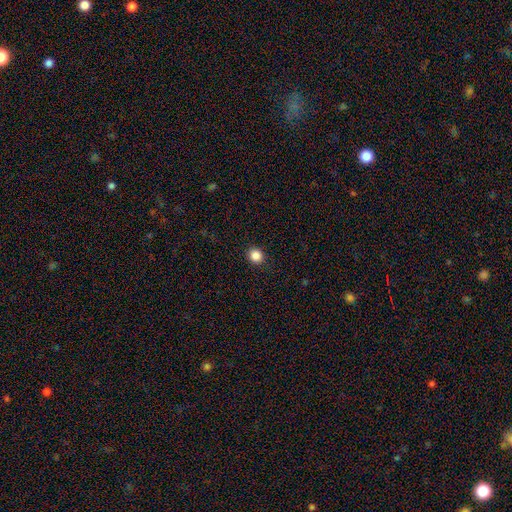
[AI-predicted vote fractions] Q: Smooth or featured?
A: smooth (86%); runner-up: star or artifact (11%)
Q: How rounded?
A: round (86%); runner-up: in between (13%)
Q: Merging?
A: none (91%); runner-up: minor disturbance (6%)